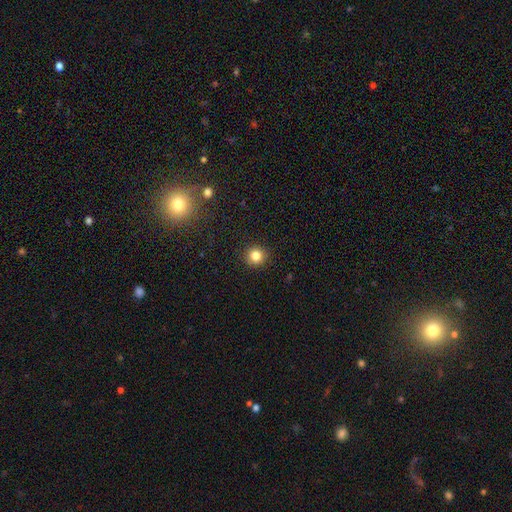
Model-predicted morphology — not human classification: A smooth galaxy with no disk features (82%) that is round (92%). Merging: none (91%).